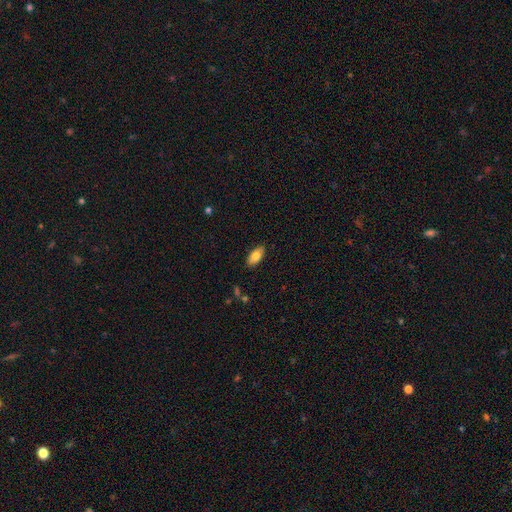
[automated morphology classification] smooth_or_featured: smooth (p=0.79) [alt: featured or disk p=0.15]
how_rounded: in between (p=0.89) [alt: cigar-shaped p=0.08]
merging: none (p=0.87) [alt: minor disturbance p=0.10]